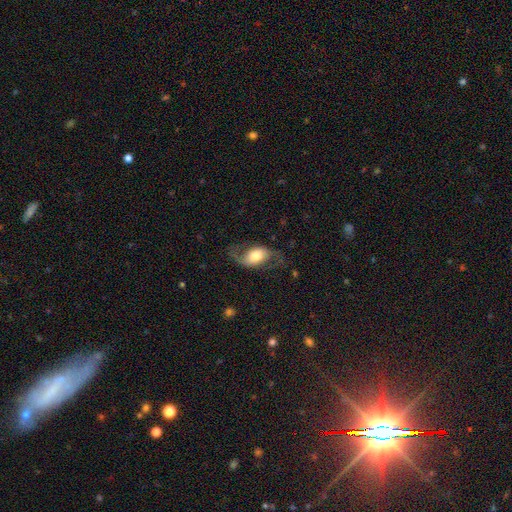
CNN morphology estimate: Smooth or featured: featured or disk — 70% (smooth — 24%)
Edge-on disk: no — 95% (yes — 5%)
Bar: no — 50% (weak — 33%)
Spiral arms: yes — 90% (no — 10%)
Spiral winding: loose — 69% (medium — 26%)
Spiral arm count: 2 — 90% (1 — 4%)
Bulge size: moderate — 49% (large — 30%)
Merging: none — 65% (minor disturbance — 18%)